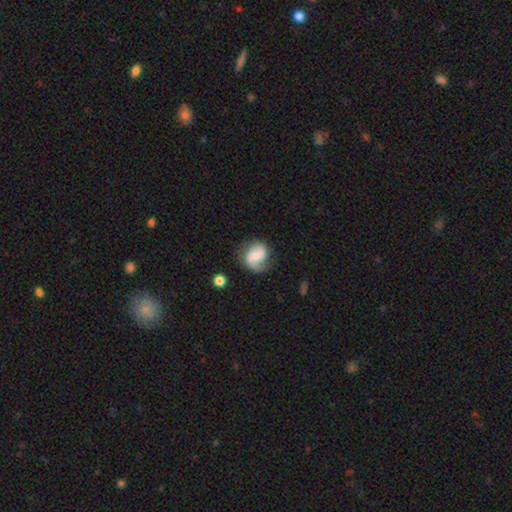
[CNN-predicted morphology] This appears to be a featured or disk galaxy (62%) with a weak bar (42%, tied with no), 2 (66%) medium (41%) spiral arms (90%) and a small central bulge (46%). Merging: none (63%).